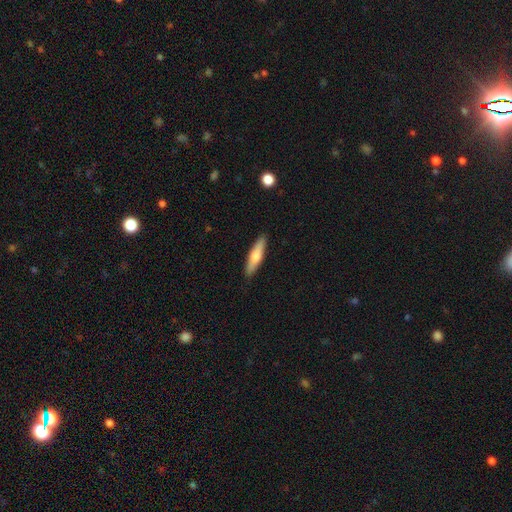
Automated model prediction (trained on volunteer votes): The model was most divided on "smooth or featured": smooth: 62%, featured or disk: 33%, star or artifact: 5%. More confident: merging — none (90%); how rounded — cigar-shaped (76%).